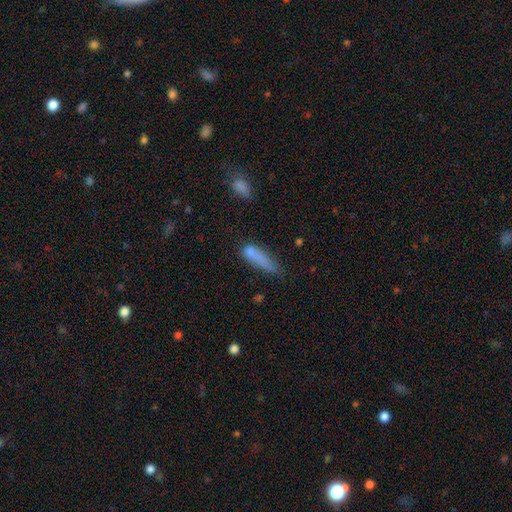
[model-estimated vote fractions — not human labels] This is likely a smooth galaxy (76%). How rounded: likely cigar-shaped (66%). Merging: marginally none (42%).